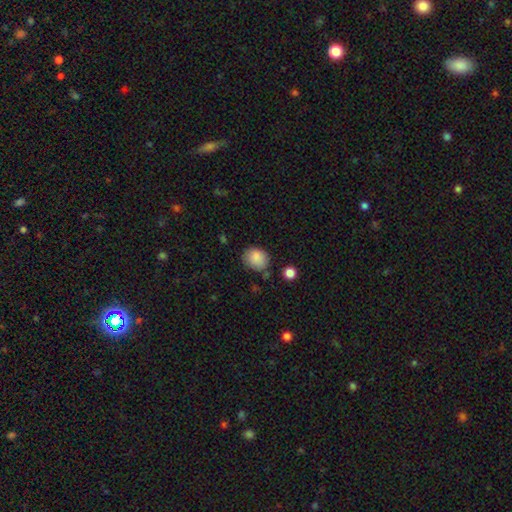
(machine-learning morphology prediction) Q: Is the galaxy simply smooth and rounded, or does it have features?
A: smooth — 87%.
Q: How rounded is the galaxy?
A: round — 60%.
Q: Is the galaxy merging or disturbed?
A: none — 72%.